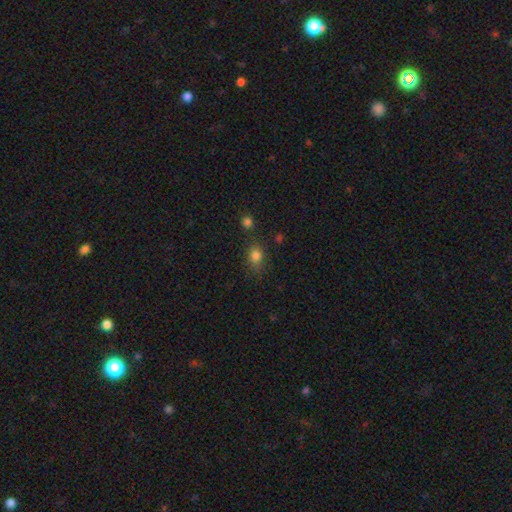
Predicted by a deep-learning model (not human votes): A smooth galaxy with no disk features (80%) that is in between round and cigar-shaped (58%). Merging: none (72%).